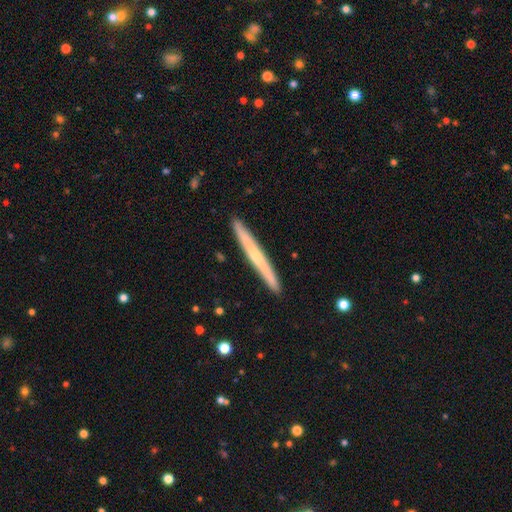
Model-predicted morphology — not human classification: This appears to be a featured or disk galaxy (53%) viewed edge-on (96%) with no central bulge (54%). Merging: none (92%).